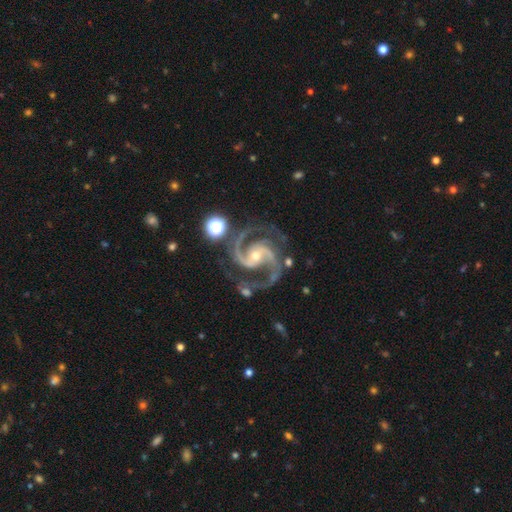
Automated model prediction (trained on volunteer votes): Smooth or featured? featured or disk (94%)
Edge-on disk? no (98%)
Bar? no (42%)
Spiral arms? yes (99%)
Spiral winding? medium (65%)
Spiral arm count? 2 (90%)
Bulge size? small (59%)
Merging? none (73%)